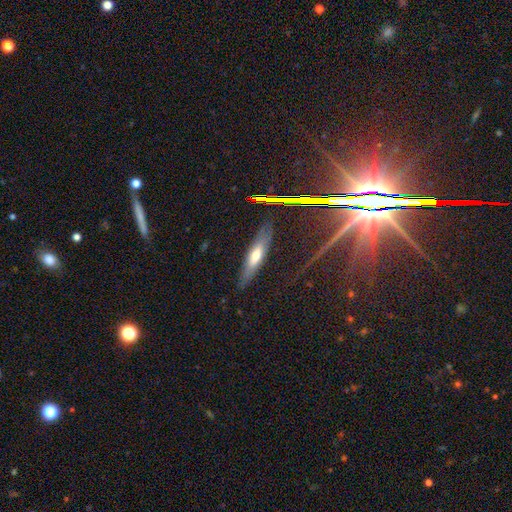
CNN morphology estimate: Overall: smooth (48%; featured or disk 42%). Merging: none (82%).